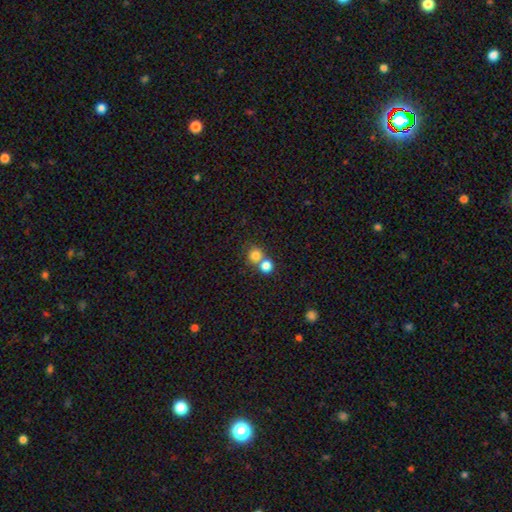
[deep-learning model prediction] A smooth galaxy with no disk features (80%) that is round (88%).

Vote fractions:
- Smooth or featured? smooth: 80% / star or artifact: 12% / featured or disk: 8%
- How rounded? round: 88% / in between: 11% / cigar-shaped: 1%
- Merging? none: 47% / merger: 45% / minor disturbance: 5% / major disturbance: 2%